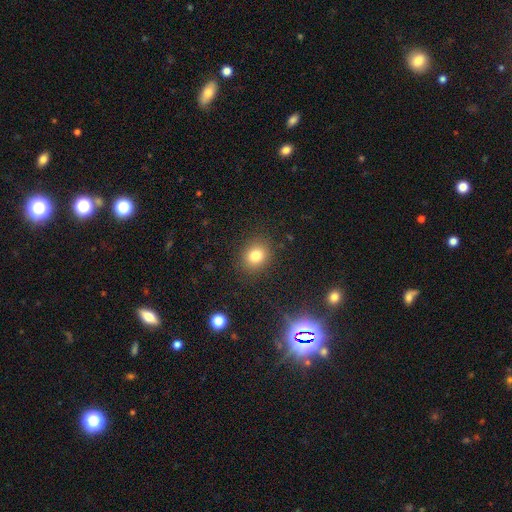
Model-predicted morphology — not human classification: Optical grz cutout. It shows a smooth galaxy with no disk features (80%) that is round (67%). Merging: none (87%).